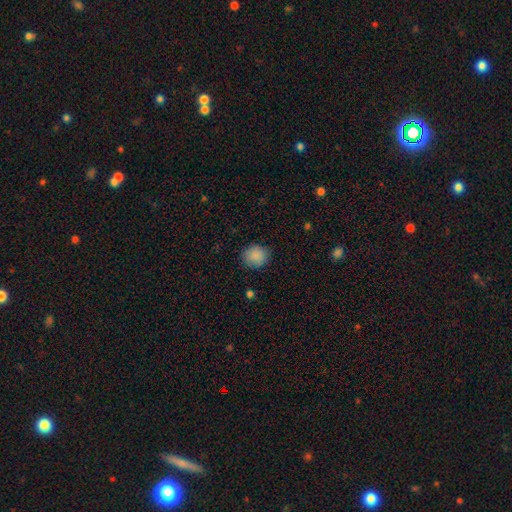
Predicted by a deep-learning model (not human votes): smooth_or_featured: smooth (p=0.88) [alt: star or artifact p=0.08]
how_rounded: round (p=0.81) [alt: in between p=0.18]
merging: none (p=0.86) [alt: minor disturbance p=0.10]